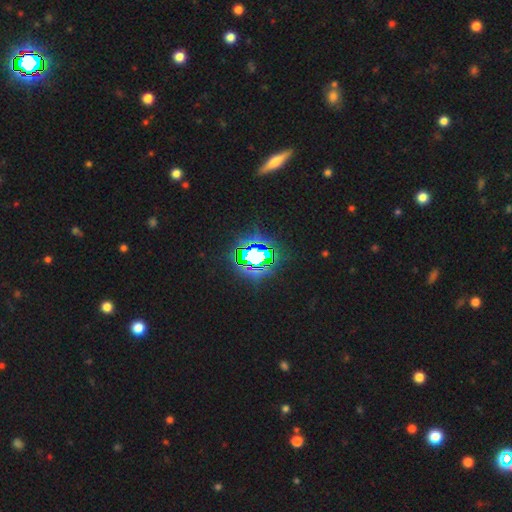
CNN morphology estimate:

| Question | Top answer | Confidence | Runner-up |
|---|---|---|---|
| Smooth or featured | star or artifact | 70% | smooth (16%) |